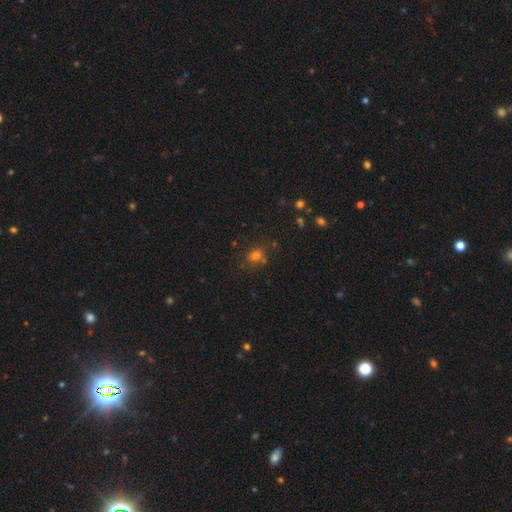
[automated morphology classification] A smooth galaxy with no disk features (68%) that is round (64%). Merging: none (72%).